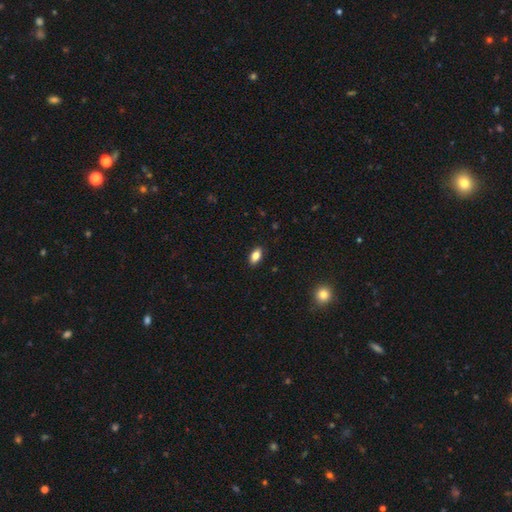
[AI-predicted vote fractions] The model was most divided on "smooth or featured": smooth: 83%, featured or disk: 9%, star or artifact: 9%. More confident: how rounded — in between (90%); merging — none (88%).